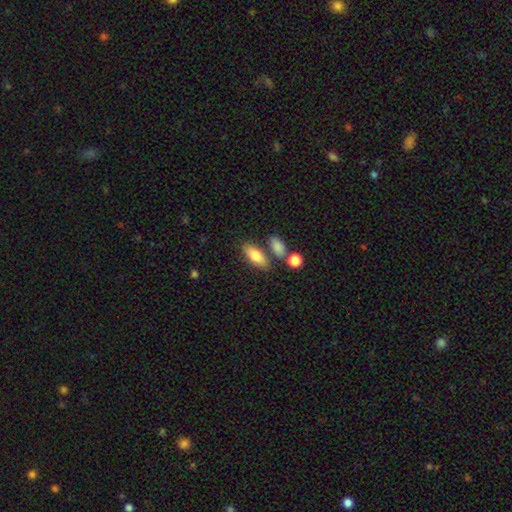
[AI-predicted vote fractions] smooth_or_featured: smooth (p=0.80) [alt: featured or disk p=0.13]
how_rounded: in between (p=0.81) [alt: cigar-shaped p=0.15]
merging: none (p=0.70) [alt: merger p=0.15]